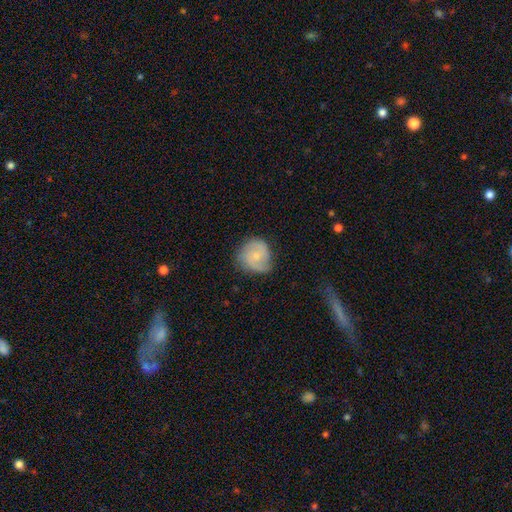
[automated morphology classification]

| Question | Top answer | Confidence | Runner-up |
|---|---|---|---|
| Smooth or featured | featured or disk | 47% | smooth (46%) |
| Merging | none | 59% | minor disturbance (29%) |